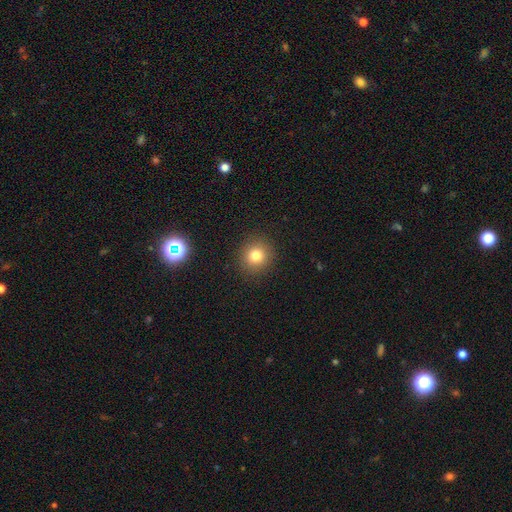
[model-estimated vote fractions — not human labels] Smooth or featured?
  - smooth: 79% *
  - star or artifact: 13%
  - featured or disk: 8%
How rounded?
  - round: 90% *
  - in between: 9%
  - cigar-shaped: 1%
Merging?
  - none: 90% *
  - minor disturbance: 6%
  - major disturbance: 2%
  - merger: 1%